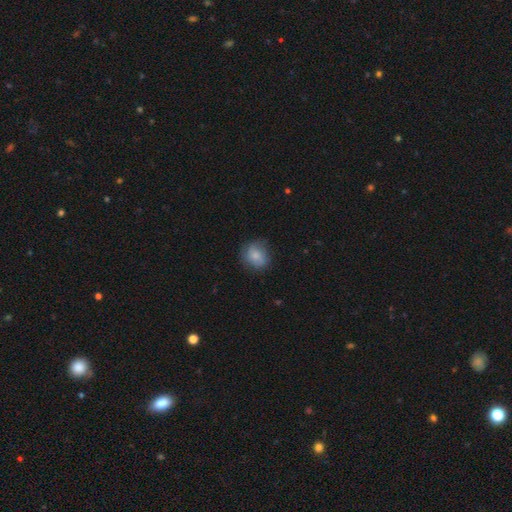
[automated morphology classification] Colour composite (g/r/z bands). It shows a smooth galaxy with no disk features (75%) that is round (70%). Merging: none (68%).